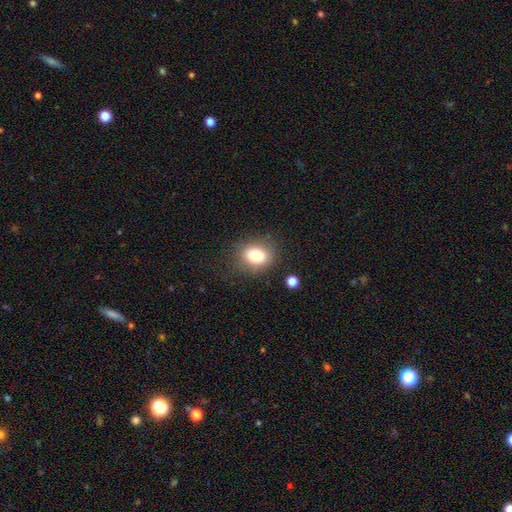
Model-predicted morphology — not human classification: Overall: smooth (79%). How rounded: in between (52%; round 47%). Merging: none (78%).